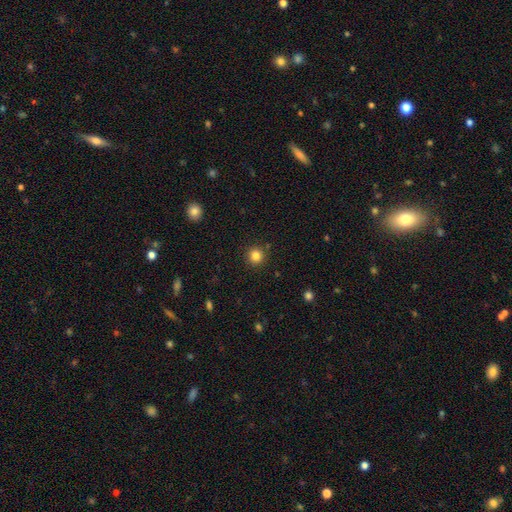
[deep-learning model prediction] smooth 84%, star or artifact 12%, featured or disk 5%. Down the decision tree: how rounded — round (93%); merging — none (90%).